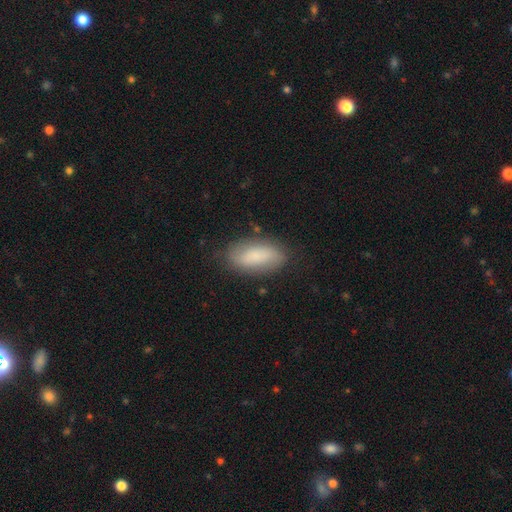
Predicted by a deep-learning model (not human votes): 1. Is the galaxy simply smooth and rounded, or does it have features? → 74% smooth, 19% featured or disk, 7% star or artifact.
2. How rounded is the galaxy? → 87% in between, 11% cigar-shaped, 3% round.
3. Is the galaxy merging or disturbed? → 79% none, 15% minor disturbance, 4% major disturbance, 2% merger.